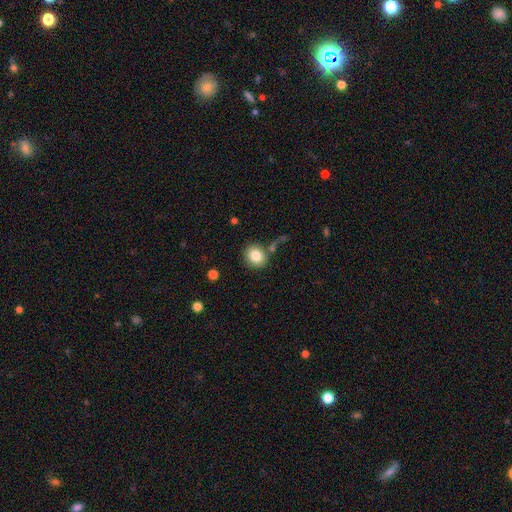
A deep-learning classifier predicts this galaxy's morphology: This is clearly a smooth galaxy (81%). How rounded: clearly round (86%). Merging: likely none (77%).